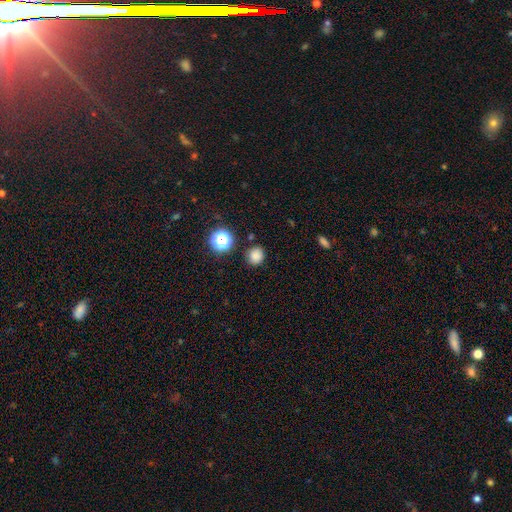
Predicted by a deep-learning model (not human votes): Smooth or featured: smooth — 81% (star or artifact — 15%)
How rounded: round — 88% (in between — 11%)
Merging: none — 85% (minor disturbance — 9%)